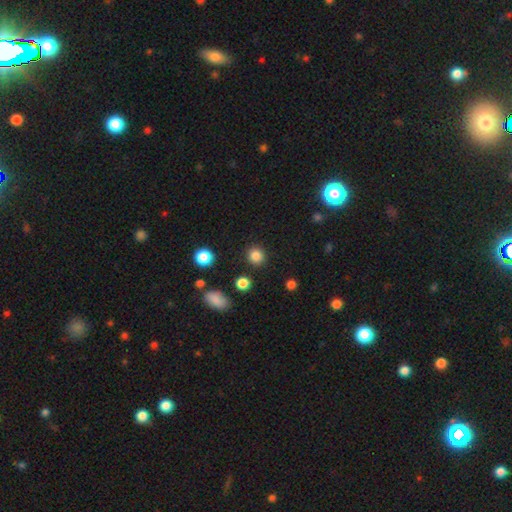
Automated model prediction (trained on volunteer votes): Q: Smooth or featured?
A: smooth (85%); runner-up: star or artifact (12%)
Q: How rounded?
A: round (87%); runner-up: in between (12%)
Q: Merging?
A: none (90%); runner-up: minor disturbance (6%)